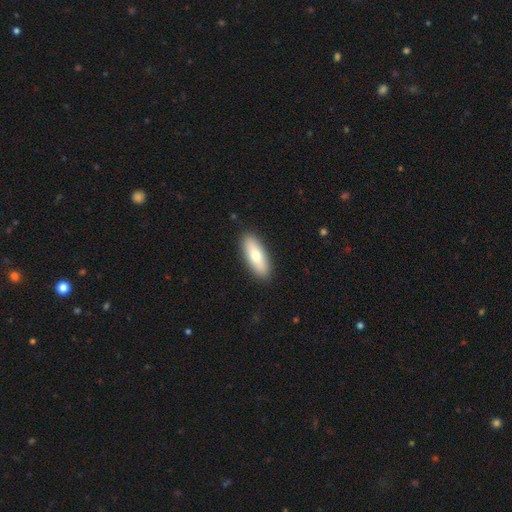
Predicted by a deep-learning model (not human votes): smooth-or-featured: smooth: 70% | featured or disk: 24% | star or artifact: 6%
  how-rounded: in between: 67% | cigar-shaped: 31% | round: 2%
  merging: none: 90% | minor disturbance: 7% | major disturbance: 2% | merger: 1%